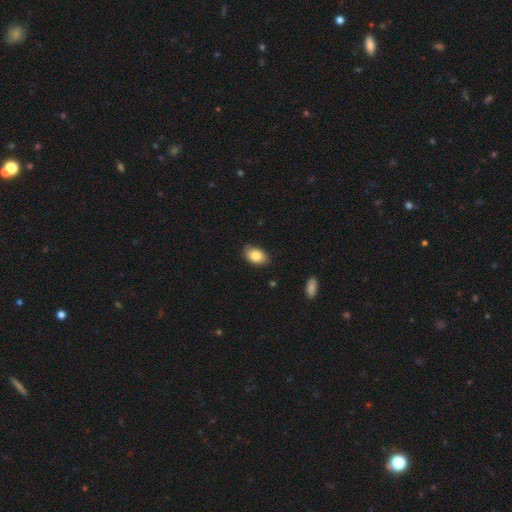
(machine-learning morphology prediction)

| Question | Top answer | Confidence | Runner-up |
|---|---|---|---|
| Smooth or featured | smooth | 84% | featured or disk (9%) |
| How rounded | in between | 89% | round (10%) |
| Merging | none | 81% | minor disturbance (15%) |